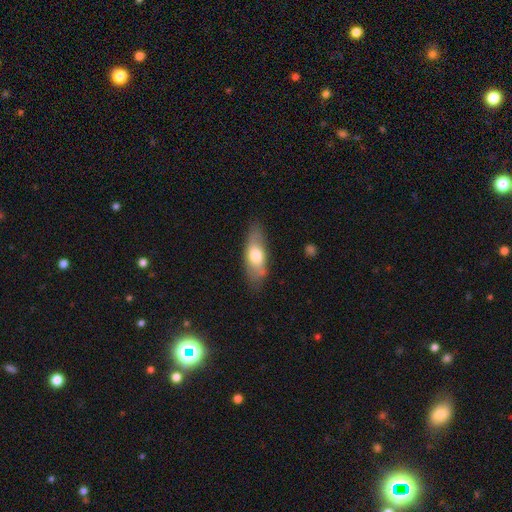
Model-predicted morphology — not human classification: Smooth or featured?
  - smooth: 65% *
  - featured or disk: 29%
  - star or artifact: 6%
How rounded?
  - in between: 68% *
  - cigar-shaped: 29%
  - round: 3%
Merging?
  - none: 75% *
  - minor disturbance: 18%
  - major disturbance: 5%
  - merger: 2%